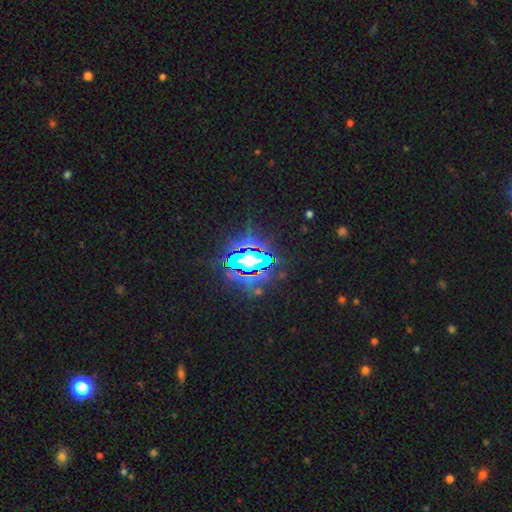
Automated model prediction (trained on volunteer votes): Smooth or featured?
  - star or artifact: 73% *
  - smooth: 14%
  - featured or disk: 13%